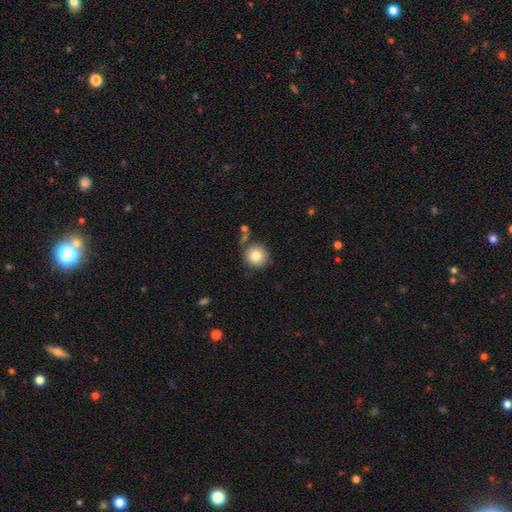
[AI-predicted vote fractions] smooth-or-featured: smooth: 83% | star or artifact: 9% | featured or disk: 8%
  how-rounded: round: 93% | in between: 6% | cigar-shaped: 1%
  merging: none: 76% | minor disturbance: 12% | merger: 9% | major disturbance: 4%